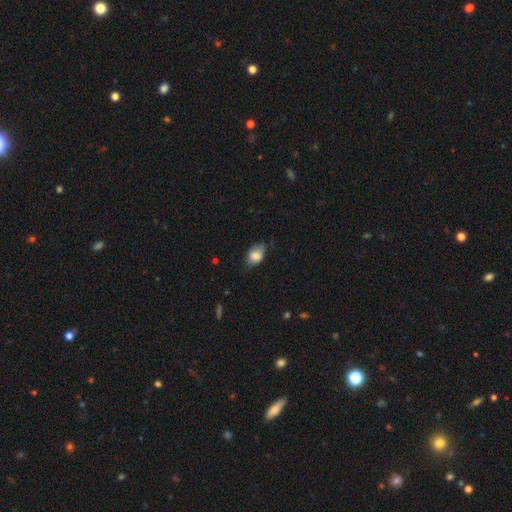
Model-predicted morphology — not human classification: Smooth or featured? Predicted: smooth (p=0.82). How rounded? Predicted: in between (p=0.84). Merging? Predicted: none (p=0.63).